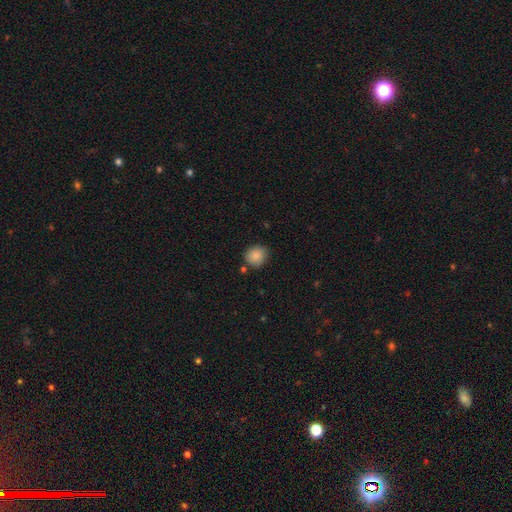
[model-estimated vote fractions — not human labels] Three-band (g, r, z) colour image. It shows a smooth galaxy with no disk features (87%) that is round (80%). Merging: none (80%).